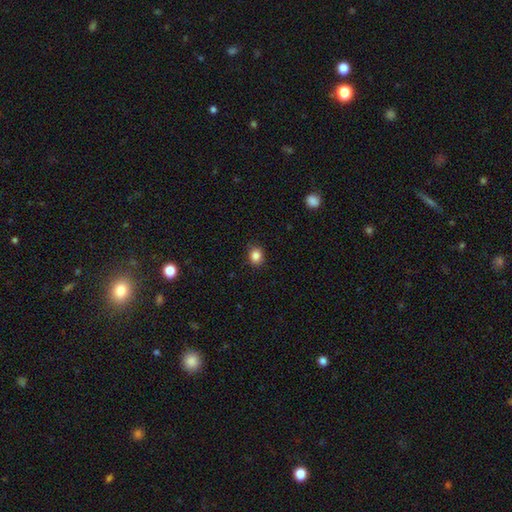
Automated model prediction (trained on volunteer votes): Q: Smooth or featured?
A: smooth (85%); runner-up: star or artifact (10%)
Q: How rounded?
A: round (66%); runner-up: in between (33%)
Q: Merging?
A: none (86%); runner-up: minor disturbance (11%)